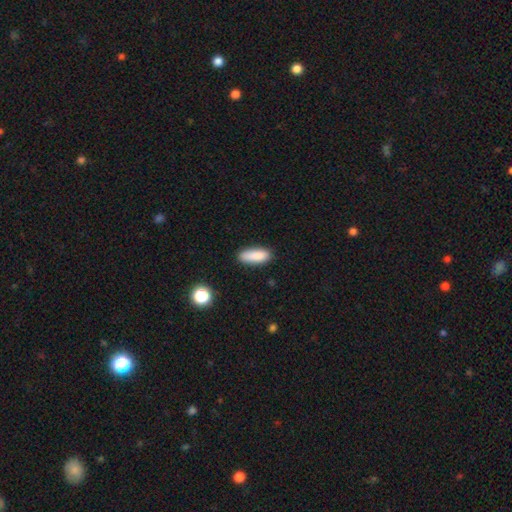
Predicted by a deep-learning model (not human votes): smooth-or-featured: smooth: 87% | star or artifact: 8% | featured or disk: 5%
  how-rounded: in between: 64% | cigar-shaped: 34% | round: 2%
  merging: none: 82% | minor disturbance: 13% | major disturbance: 3% | merger: 2%